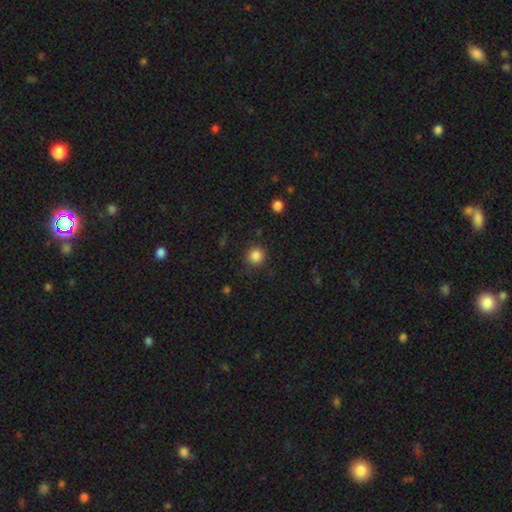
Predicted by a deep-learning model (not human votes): Morphology: type=smooth (85%); roundness=round (92%); merging=none (86%).